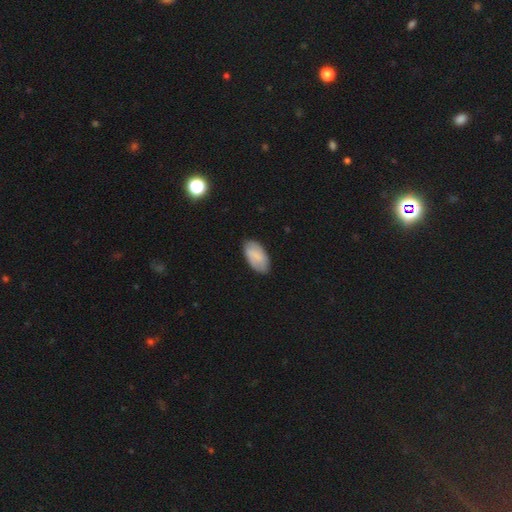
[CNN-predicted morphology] Smooth or featured: smooth — 78% (featured or disk — 16%)
How rounded: in between — 95% (round — 3%)
Merging: none — 82% (minor disturbance — 14%)